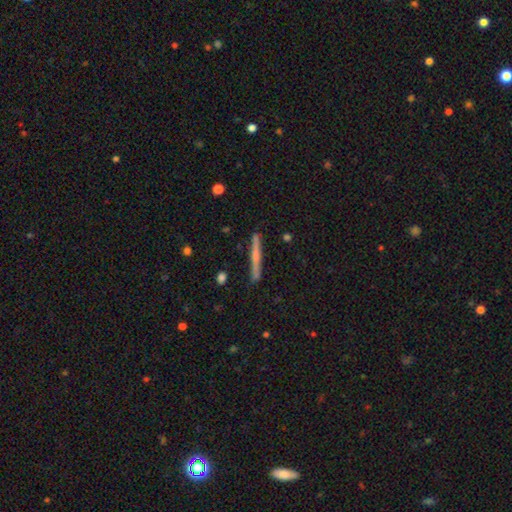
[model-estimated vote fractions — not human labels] Smooth or featured: featured or disk — 51% (smooth — 43%)
Edge-on disk: yes — 97% (no — 3%)
Merging: none — 88% (minor disturbance — 8%)